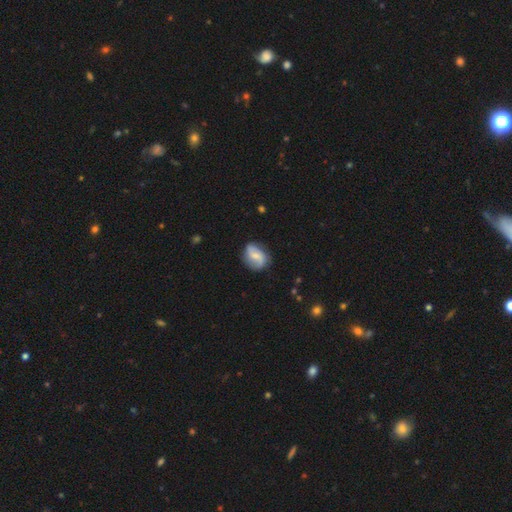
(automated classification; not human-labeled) A featured or disk galaxy (56%) with a weak bar (46%), spiral arms (84%) and a small central bulge (48%). Merging: none (71%).